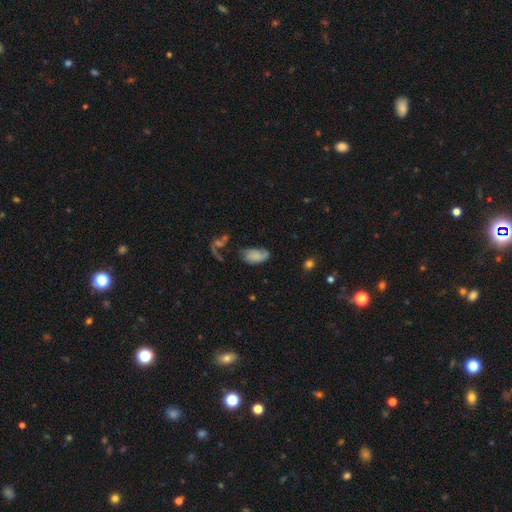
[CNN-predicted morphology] A smooth galaxy with no disk features (59%) that is in between round and cigar-shaped (92%).

Vote fractions:
- Smooth or featured? smooth: 59% / featured or disk: 31% / star or artifact: 10%
- How rounded? in between: 92% / round: 5% / cigar-shaped: 2%
- Merging? none: 42% / minor disturbance: 29% / major disturbance: 21% / merger: 8%